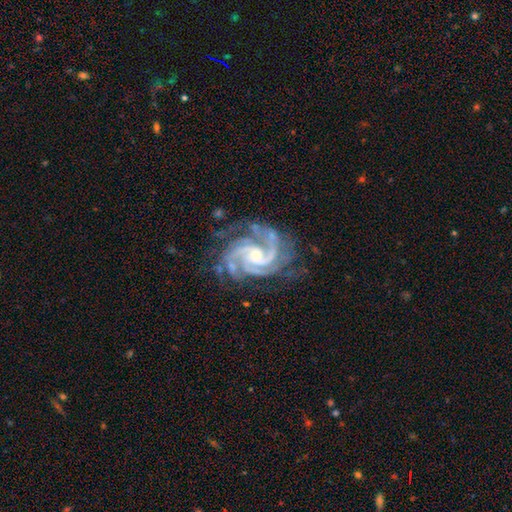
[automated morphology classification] This is clearly a featured or disk galaxy (94%). It is clearly not viewed edge-on (98%). Bar: possibly no (59%). Spiral arm pattern: clearly yes (99%). Spiral arm count: possibly 3 (45%). Spiral winding: possibly tight (55%). Central bulge: likely small (61%). Merging: likely none (70%).